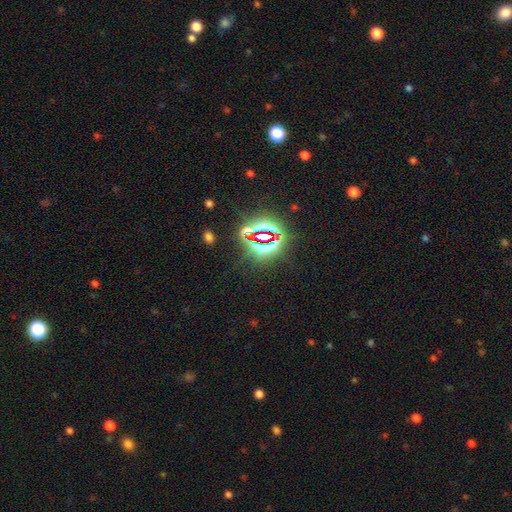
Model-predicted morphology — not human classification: star or artifact 81%, smooth 12%, featured or disk 8%.